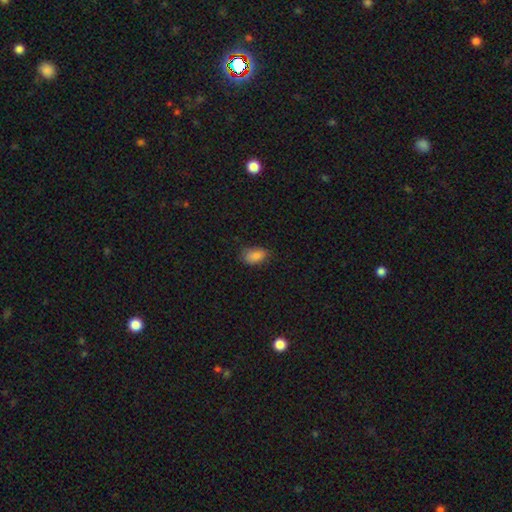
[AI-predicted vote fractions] Q: Smooth or featured?
A: smooth (85%); runner-up: star or artifact (8%)
Q: How rounded?
A: in between (91%); runner-up: round (7%)
Q: Merging?
A: none (73%); runner-up: minor disturbance (22%)